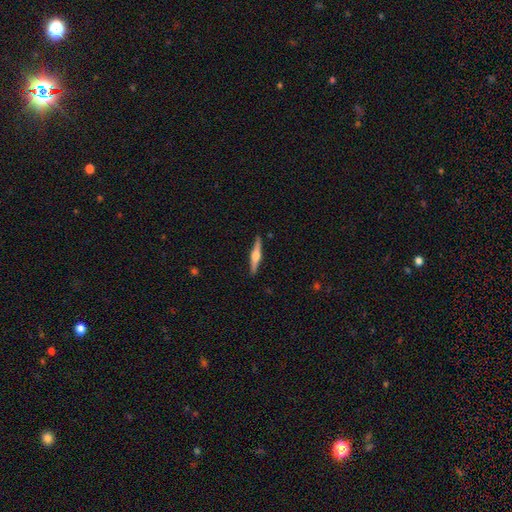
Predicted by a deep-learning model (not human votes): smooth-or-featured: featured or disk: 71% | smooth: 24% | star or artifact: 5%
  disk-edge-on: yes: 98% | no: 2%
    edge-on-bulge: rounded: 90% | boxy: 7% | none: 3%
  merging: none: 90% | minor disturbance: 7% | major disturbance: 1% | merger: 1%